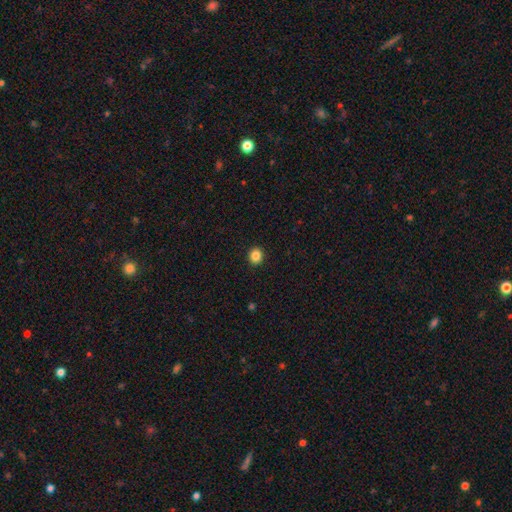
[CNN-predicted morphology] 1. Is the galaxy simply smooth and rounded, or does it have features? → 86% smooth, 11% star or artifact, 4% featured or disk.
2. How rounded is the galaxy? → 82% round, 17% in between, 1% cigar-shaped.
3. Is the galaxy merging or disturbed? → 92% none, 5% minor disturbance, 2% major disturbance, 1% merger.